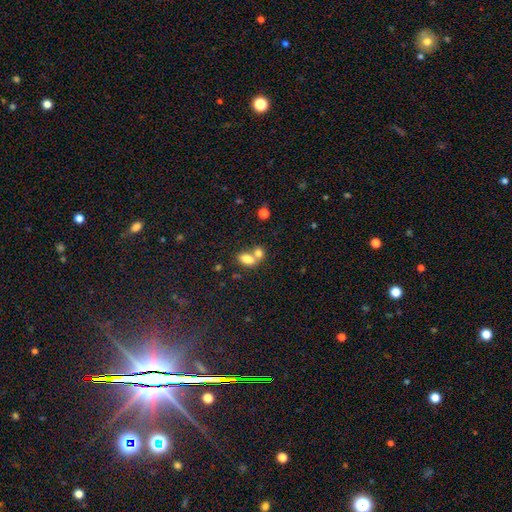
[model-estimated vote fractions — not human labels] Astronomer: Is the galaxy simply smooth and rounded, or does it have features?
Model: smooth — 80%.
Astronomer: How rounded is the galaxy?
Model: in between — 83%.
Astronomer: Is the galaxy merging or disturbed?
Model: merger — 59%.